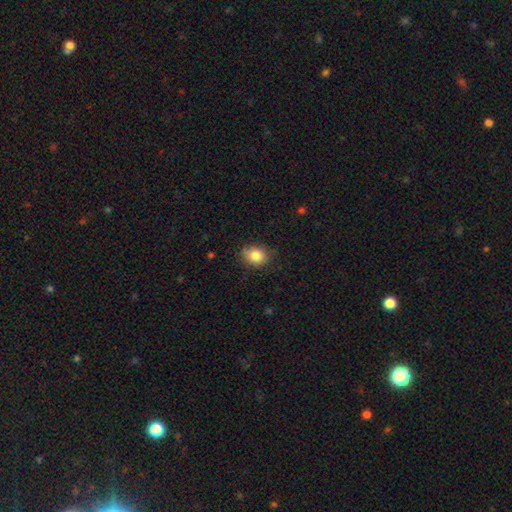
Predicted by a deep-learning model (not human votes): The model was most divided on "how rounded": round: 50%, in between: 49%, cigar-shaped: 1%. More confident: smooth or featured — smooth (84%); merging — none (77%).